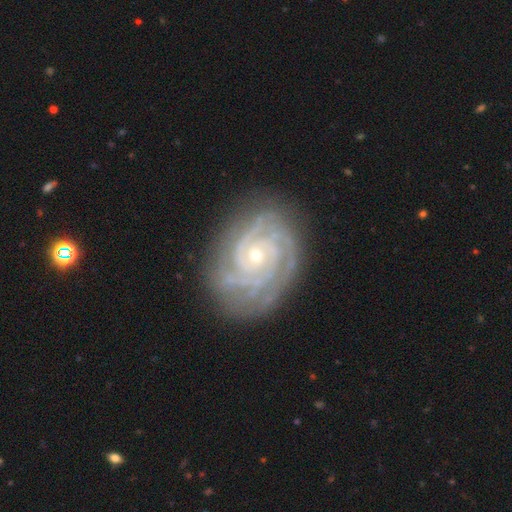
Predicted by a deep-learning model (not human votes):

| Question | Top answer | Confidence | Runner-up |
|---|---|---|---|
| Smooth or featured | featured or disk | 91% | star or artifact (5%) |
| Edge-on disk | no | 97% | yes (3%) |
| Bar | no | 74% | weak (20%) |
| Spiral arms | yes | 98% | no (2%) |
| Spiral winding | tight | 81% | medium (17%) |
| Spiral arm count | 3 | 29% | 4 (24%) |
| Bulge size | small | 66% | moderate (31%) |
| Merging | none | 79% | minor disturbance (15%) |